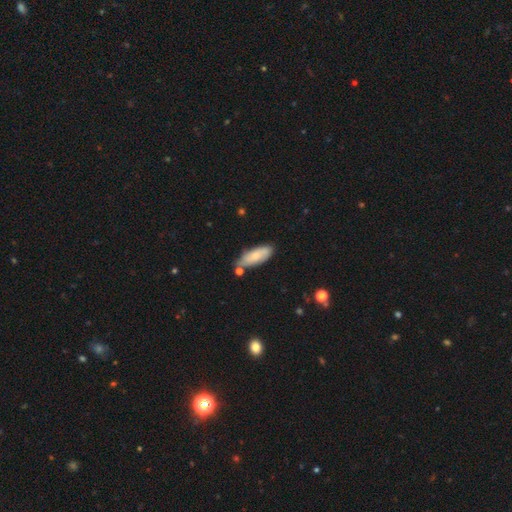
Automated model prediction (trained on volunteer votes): Smooth or featured?
  - smooth: 74% *
  - featured or disk: 20%
  - star or artifact: 6%
How rounded?
  - in between: 67% *
  - cigar-shaped: 31%
  - round: 2%
Merging?
  - none: 69% *
  - minor disturbance: 19%
  - merger: 8%
  - major disturbance: 3%